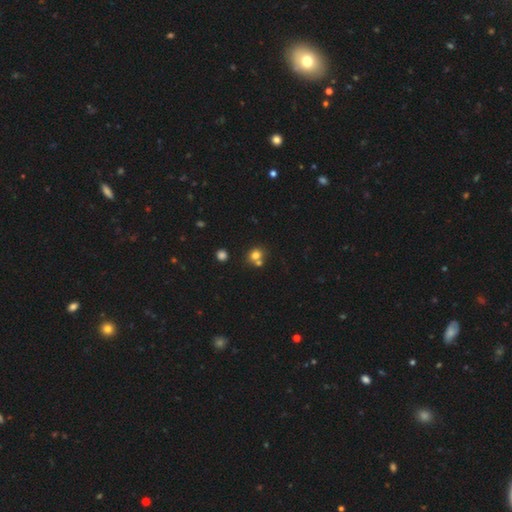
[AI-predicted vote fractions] Smooth or featured?
  - smooth: 76% *
  - star or artifact: 14%
  - featured or disk: 10%
How rounded?
  - round: 80% *
  - in between: 19%
  - cigar-shaped: 1%
Merging?
  - none: 55% *
  - merger: 34%
  - minor disturbance: 8%
  - major disturbance: 3%